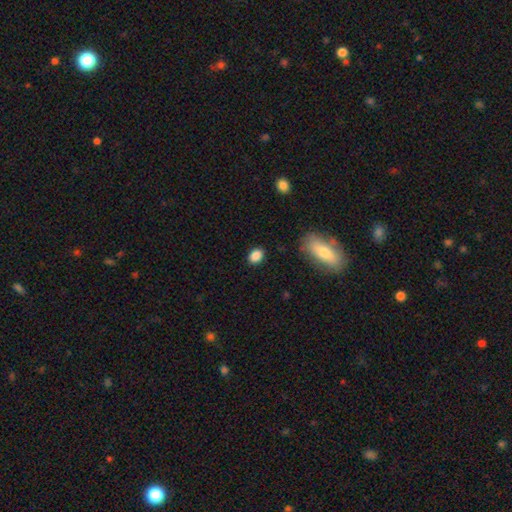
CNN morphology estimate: smooth-or-featured: smooth: 87% | star or artifact: 9% | featured or disk: 4%
  how-rounded: in between: 72% | round: 26% | cigar-shaped: 2%
  merging: none: 86% | minor disturbance: 10% | major disturbance: 2% | merger: 1%